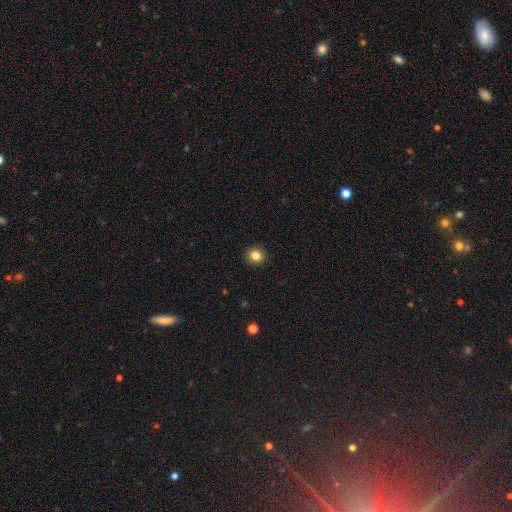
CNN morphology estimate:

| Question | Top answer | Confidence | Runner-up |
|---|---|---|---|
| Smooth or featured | smooth | 84% | star or artifact (11%) |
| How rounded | round | 86% | in between (13%) |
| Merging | none | 92% | minor disturbance (5%) |